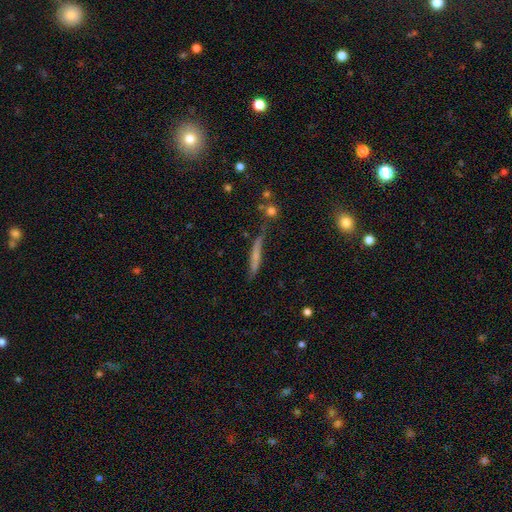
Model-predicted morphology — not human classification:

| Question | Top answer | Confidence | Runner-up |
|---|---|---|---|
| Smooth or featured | smooth | 53% | featured or disk (38%) |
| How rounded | cigar-shaped | 91% | in between (6%) |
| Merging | none | 59% | minor disturbance (25%) |